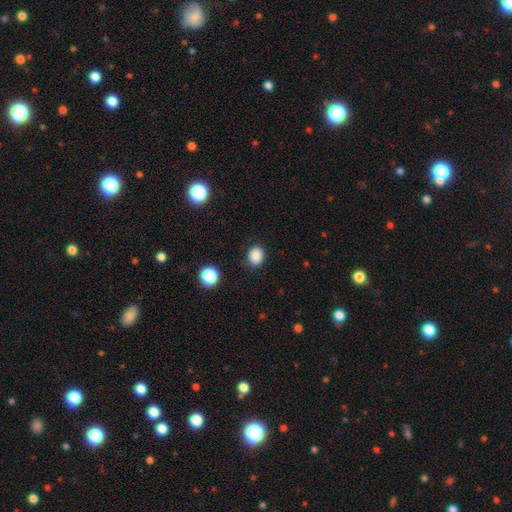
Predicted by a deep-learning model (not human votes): smooth_or_featured: smooth (p=0.86) [alt: star or artifact p=0.11]
how_rounded: round (p=0.52) [alt: in between p=0.47]
merging: none (p=0.87) [alt: minor disturbance p=0.09]